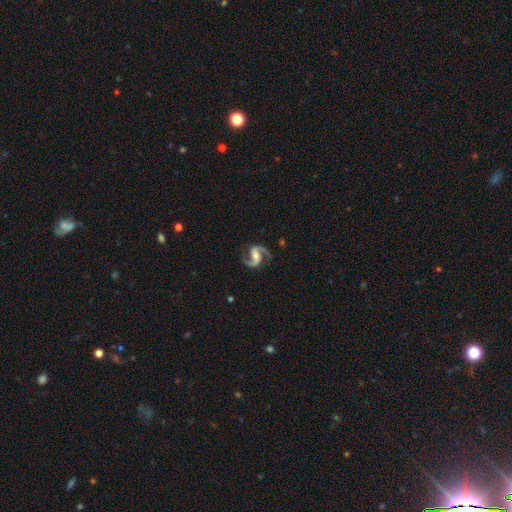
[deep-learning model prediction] featured or disk 93%, star or artifact 4%, smooth 3%. Down the decision tree: edge-on disk — no (98%); bar — weak (42%); spiral arms — yes (98%); spiral arm count — 2 (94%); spiral winding — medium (59%); bulge size — moderate (47%); merging — none (83%).